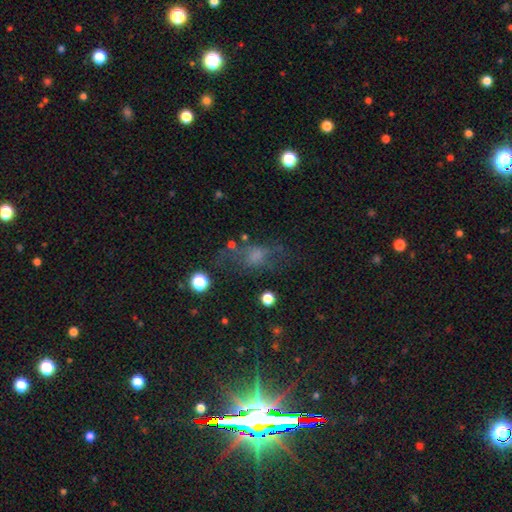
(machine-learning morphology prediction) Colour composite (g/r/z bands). It shows a smooth galaxy with no disk features (53%) that is in between round and cigar-shaped (71%). Merging: none (48%).